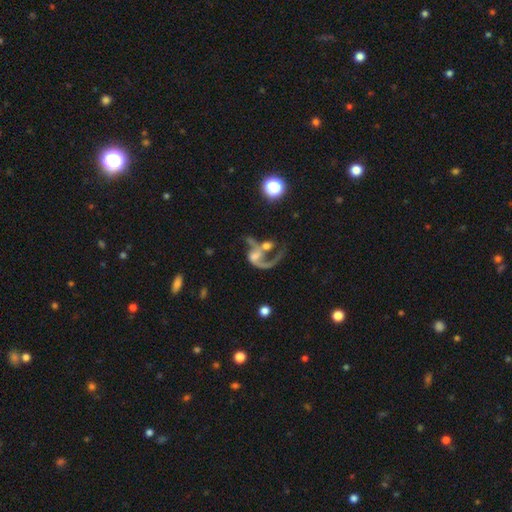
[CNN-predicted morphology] A featured or disk galaxy (75%) with no bar (57%), 1 (47%) loose (75%) spiral arms (80%) and a moderate central bulge (32%).

Vote fractions:
- Smooth or featured? featured or disk: 75% / smooth: 15% / star or artifact: 11%
- Edge-on disk? no: 97% / yes: 3%
- Bar? no: 57% / weak: 32% / strong: 12%
- Spiral arms? yes: 80% / no: 20%
- Spiral winding? loose: 75% / medium: 21% / tight: 5%
- Spiral arm count? 1: 47% / 2: 45% / can't tell: 5% / 3: 2% / 4: 1% / more than 4: 1%
- Bulge size? moderate: 32% / small: 30% / none: 26% / large: 10% / dominant: 2%
- Merging? merger: 42% / major disturbance: 29% / none: 20% / minor disturbance: 8%